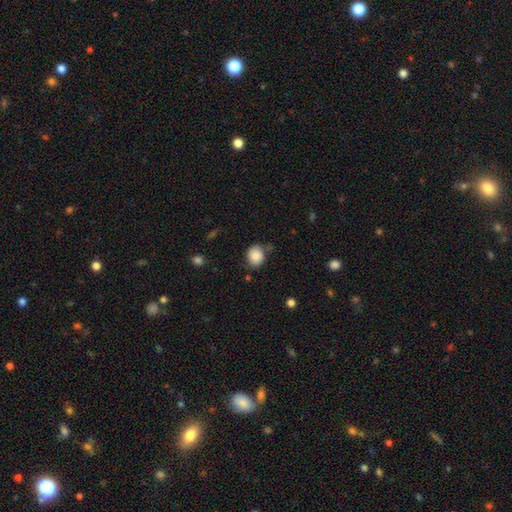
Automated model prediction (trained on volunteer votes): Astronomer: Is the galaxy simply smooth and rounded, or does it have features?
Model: smooth — 86%.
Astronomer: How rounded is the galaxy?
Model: round — 62%.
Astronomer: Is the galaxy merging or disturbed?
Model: none — 74%.